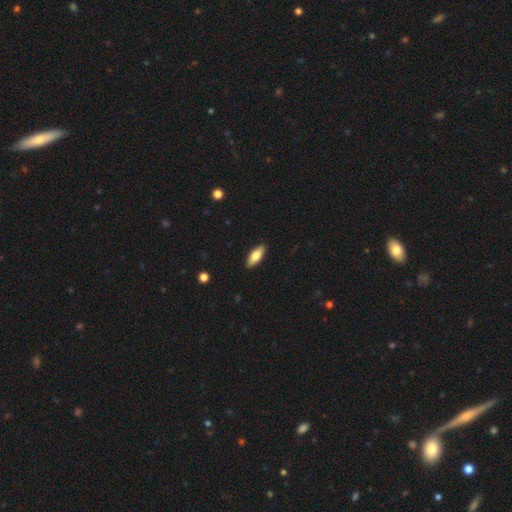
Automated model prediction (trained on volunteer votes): Overall: smooth (74%). How rounded: in between (70%). Merging: none (89%).